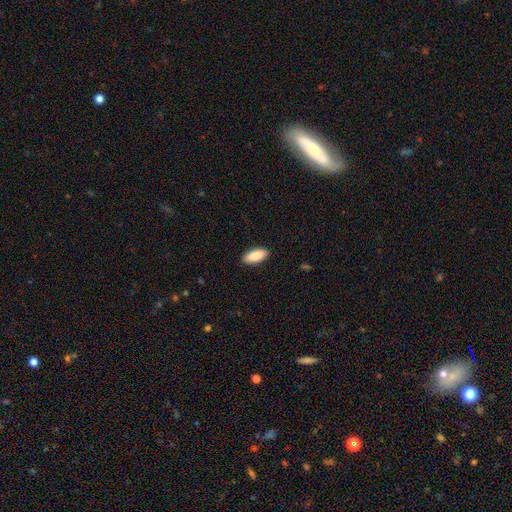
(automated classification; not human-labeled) smooth_or_featured: smooth (p=0.89) [alt: star or artifact p=0.06]
how_rounded: in between (p=0.83) [alt: cigar-shaped p=0.16]
merging: none (p=0.90) [alt: minor disturbance p=0.07]